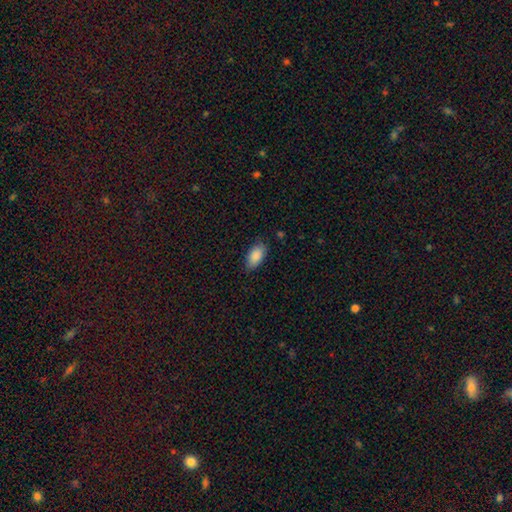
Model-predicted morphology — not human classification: smooth-or-featured: smooth: 88% | star or artifact: 7% | featured or disk: 5%
  how-rounded: in between: 94% | cigar-shaped: 3% | round: 3%
  merging: none: 80% | minor disturbance: 16% | major disturbance: 3% | merger: 1%